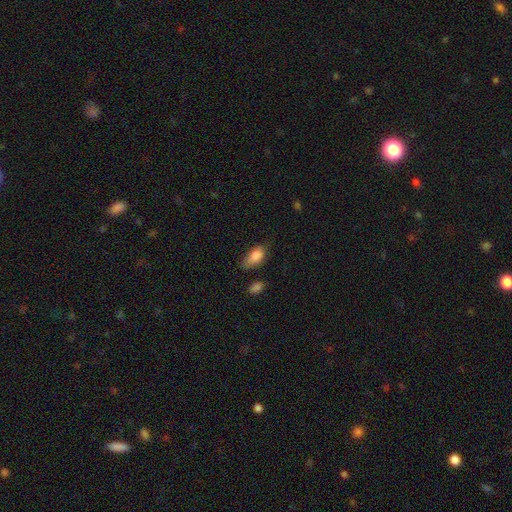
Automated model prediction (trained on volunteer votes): smooth_or_featured: smooth (p=0.84) [alt: featured or disk p=0.08]
how_rounded: in between (p=0.90) [alt: round p=0.05]
merging: none (p=0.50) [alt: minor disturbance p=0.35]